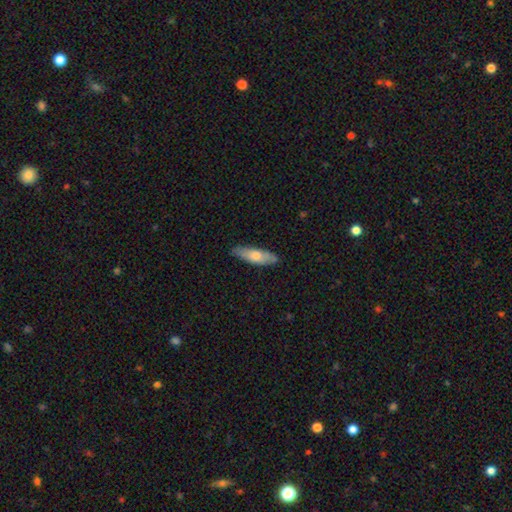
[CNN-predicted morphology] smooth_or_featured: smooth (p=0.67) [alt: featured or disk p=0.27]
how_rounded: in between (p=0.49) [tied with: cigar-shaped p=0.49]
merging: none (p=0.80) [alt: minor disturbance p=0.16]